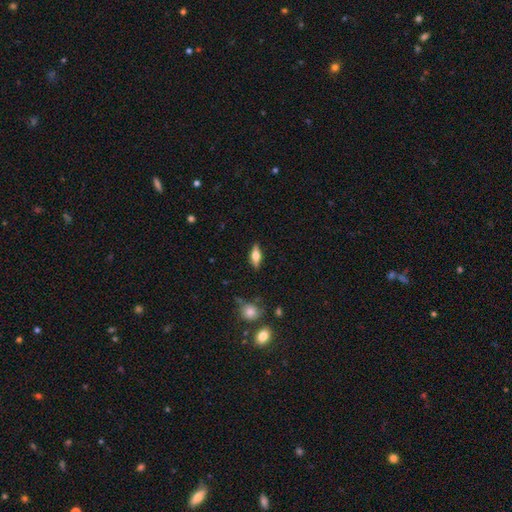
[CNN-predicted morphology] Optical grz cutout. It shows a smooth galaxy with no disk features (50%) that is in between round and cigar-shaped (67%). Merging: none (85%).